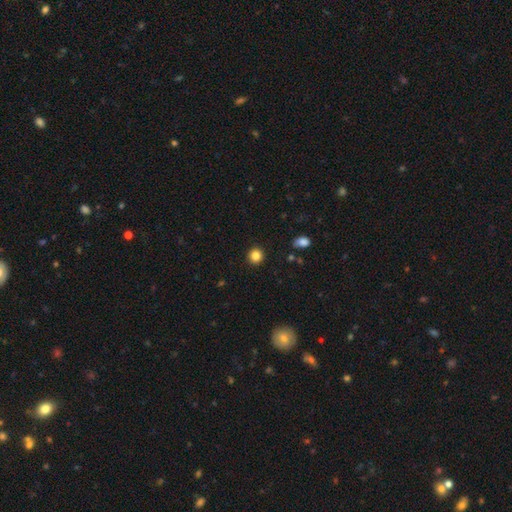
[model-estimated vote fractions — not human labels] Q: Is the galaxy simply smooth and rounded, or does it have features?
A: smooth — 84%.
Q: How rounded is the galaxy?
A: round — 93%.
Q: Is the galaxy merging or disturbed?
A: none — 92%.